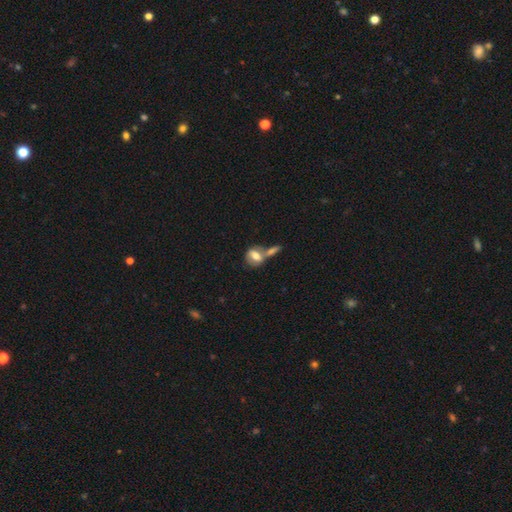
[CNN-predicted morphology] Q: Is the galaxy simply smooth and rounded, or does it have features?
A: smooth — 63%.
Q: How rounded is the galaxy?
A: in between — 62%.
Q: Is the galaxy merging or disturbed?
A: merger — 51%.